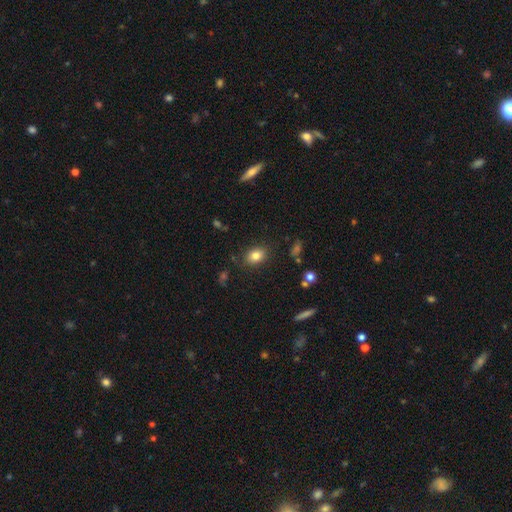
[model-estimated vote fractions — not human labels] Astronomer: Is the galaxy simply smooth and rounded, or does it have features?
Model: smooth — 82%.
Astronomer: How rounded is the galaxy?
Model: in between — 73%.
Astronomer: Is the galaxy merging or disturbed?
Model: none — 84%.